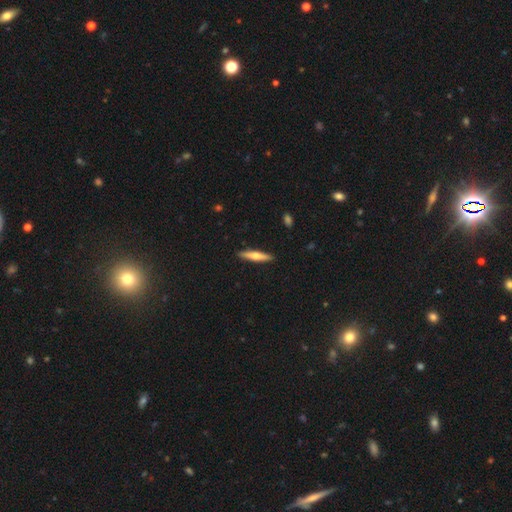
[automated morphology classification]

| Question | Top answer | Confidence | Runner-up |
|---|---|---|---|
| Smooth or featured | smooth | 49% | featured or disk (46%) |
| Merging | none | 91% | minor disturbance (7%) |